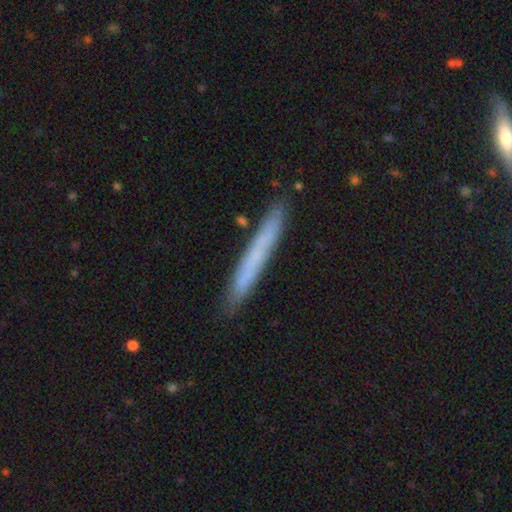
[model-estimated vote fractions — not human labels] Q: Smooth or featured?
A: smooth (61%); runner-up: featured or disk (32%)
Q: How rounded?
A: cigar-shaped (97%); runner-up: in between (2%)
Q: Merging?
A: none (86%); runner-up: minor disturbance (10%)